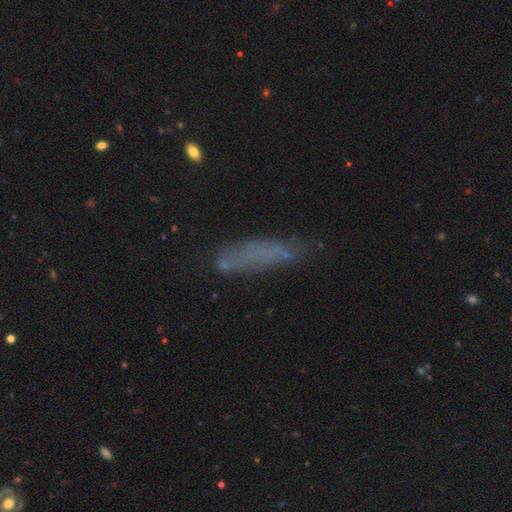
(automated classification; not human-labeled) Morphology: type=smooth (57%); roundness=cigar-shaped (76%); merging=none (65%).